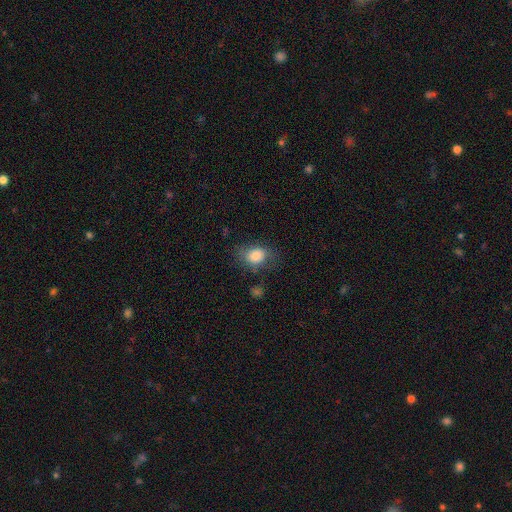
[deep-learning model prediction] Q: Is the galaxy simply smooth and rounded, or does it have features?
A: smooth — 81%.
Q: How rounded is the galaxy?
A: in between — 61%.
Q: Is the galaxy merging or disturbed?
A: none — 61%.